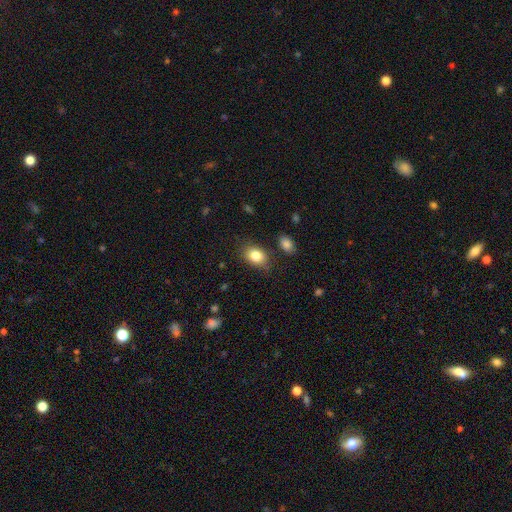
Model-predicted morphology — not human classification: Smooth or featured? smooth (83%)
How rounded? in between (76%)
Merging? none (78%)